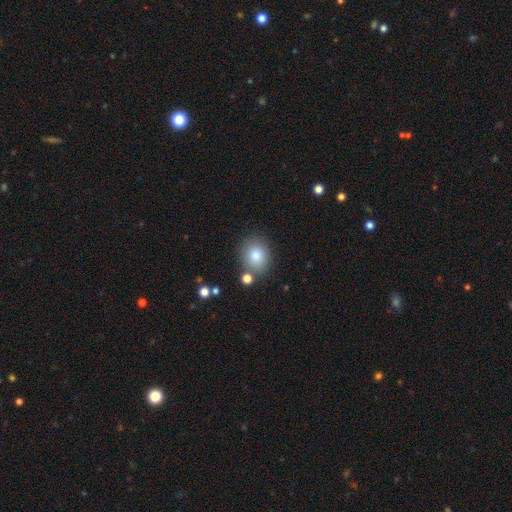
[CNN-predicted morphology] smooth 82%, star or artifact 9%, featured or disk 9%. Down the decision tree: how rounded — round (65%); merging — none (77%).